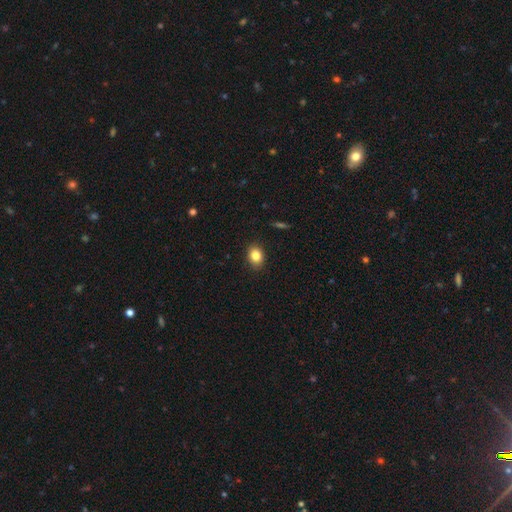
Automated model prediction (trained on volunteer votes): The model was most divided on "how rounded": in between: 58%, round: 41%, cigar-shaped: 1%. More confident: merging — none (88%); smooth or featured — smooth (84%).